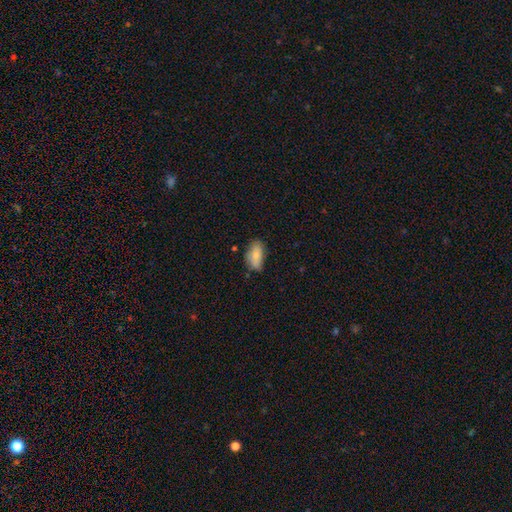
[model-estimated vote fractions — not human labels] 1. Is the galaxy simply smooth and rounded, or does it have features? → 79% smooth, 14% featured or disk, 7% star or artifact.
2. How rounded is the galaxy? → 92% in between, 4% cigar-shaped, 4% round.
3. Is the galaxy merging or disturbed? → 60% none, 31% minor disturbance, 6% major disturbance, 3% merger.